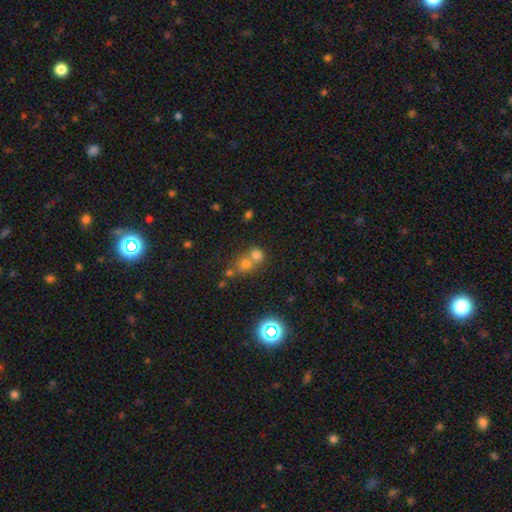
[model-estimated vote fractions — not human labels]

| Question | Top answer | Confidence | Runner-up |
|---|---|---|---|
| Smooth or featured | smooth | 62% | star or artifact (24%) |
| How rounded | round | 79% | in between (20%) |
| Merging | merger | 55% | none (37%) |